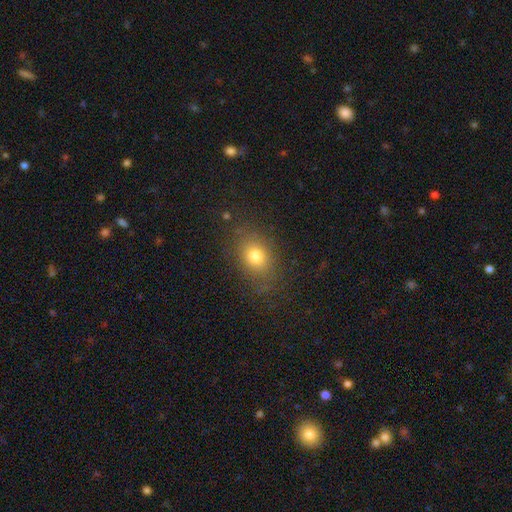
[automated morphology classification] A smooth galaxy with no disk features (76%) that is in between round and cigar-shaped (62%). Merging: none (79%).